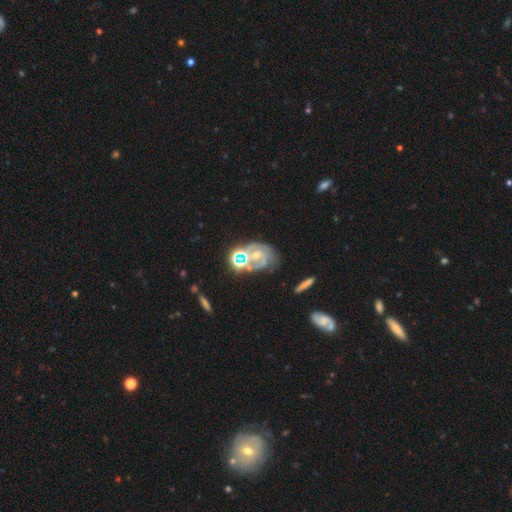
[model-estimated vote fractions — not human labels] Smooth or featured? featured or disk (74%)
Edge-on disk? no (97%)
Bar? no (55%)
Spiral arms? yes (89%)
Spiral winding? tight (46%)
Spiral arm count? 2 (52%)
Bulge size? small (49%)
Merging? none (50%)